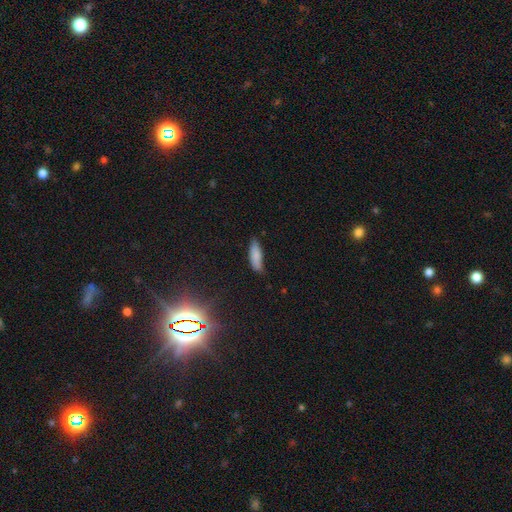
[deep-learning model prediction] Smooth or featured?
  - smooth: 83% *
  - featured or disk: 9%
  - star or artifact: 8%
How rounded?
  - in between: 49% * (tied)
  - cigar-shaped: 49% * (tied)
  - round: 2%
Merging?
  - none: 73% *
  - minor disturbance: 22%
  - major disturbance: 3%
  - merger: 2%